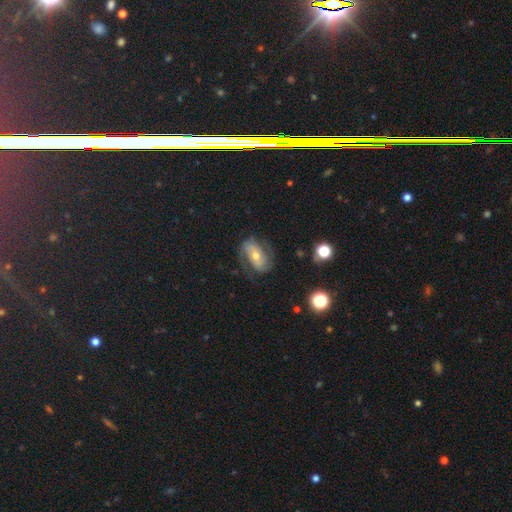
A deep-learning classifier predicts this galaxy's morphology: Smooth or featured: featured or disk — 72% (smooth — 19%)
Edge-on disk: no — 95% (yes — 5%)
Bar: no — 47% (weak — 31%)
Spiral arms: yes — 89% (no — 11%)
Spiral winding: medium — 43% (tight — 30%)
Spiral arm count: 2 — 78% (can't tell — 11%)
Bulge size: moderate — 55% (small — 40%)
Merging: none — 69% (minor disturbance — 18%)